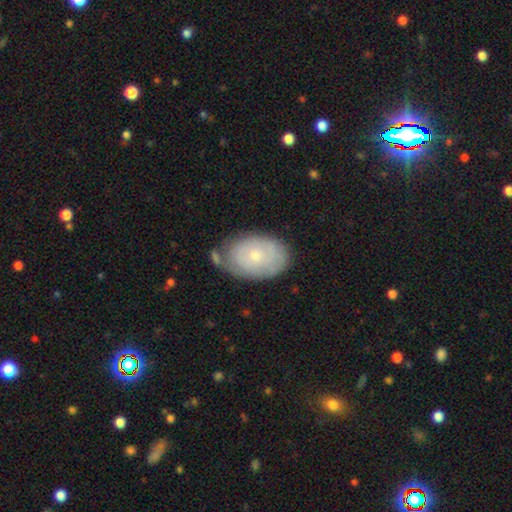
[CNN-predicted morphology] This is possibly a smooth galaxy (55%). How rounded: clearly in between (87%). Merging: likely none (63%).